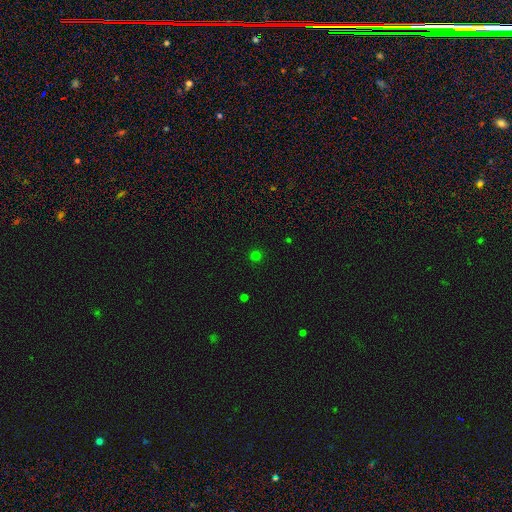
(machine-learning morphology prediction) smooth_or_featured: smooth (p=0.72) [alt: star or artifact p=0.24]
how_rounded: round (p=0.95) [alt: in between p=0.04]
merging: none (p=0.92) [alt: minor disturbance p=0.05]